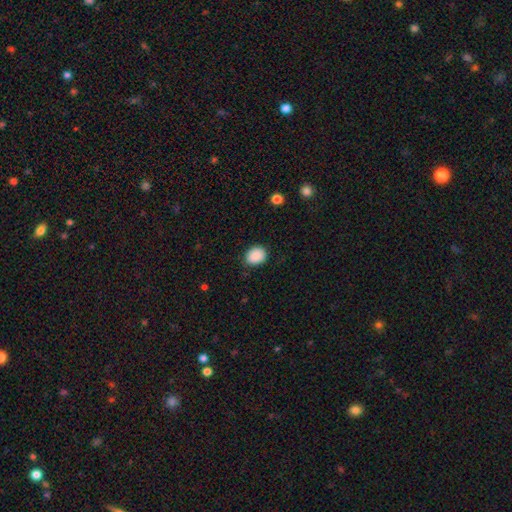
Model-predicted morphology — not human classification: The model was most divided on "how rounded": in between: 51%, round: 48%, cigar-shaped: 1%. More confident: smooth or featured — smooth (89%); merging — none (84%).